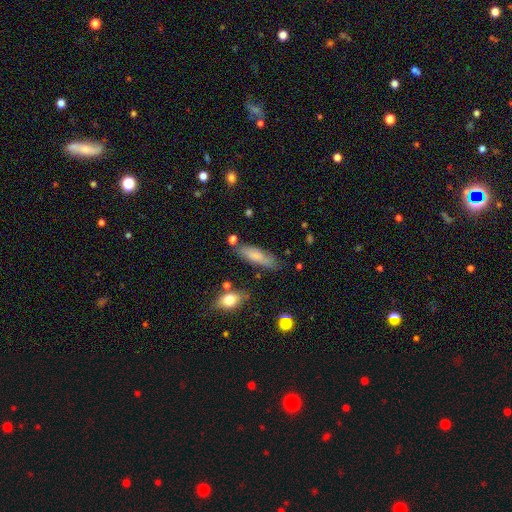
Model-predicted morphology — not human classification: smooth 76%, featured or disk 17%, star or artifact 7%. Down the decision tree: how rounded — cigar-shaped (54%); merging — none (71%).